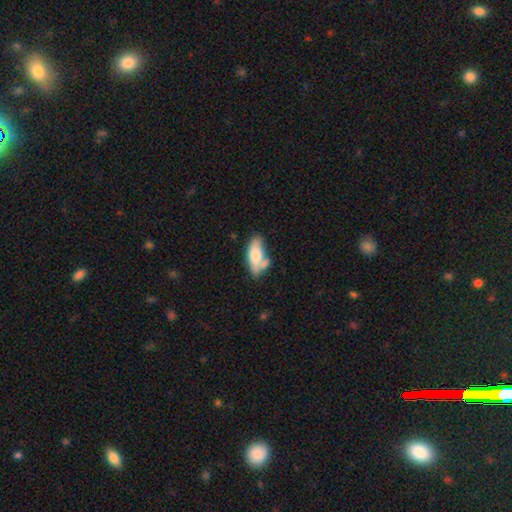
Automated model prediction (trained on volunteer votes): This appears to be a smooth galaxy with no disk features (71%) that is in between round and cigar-shaped (80%). Merging: none (43%).